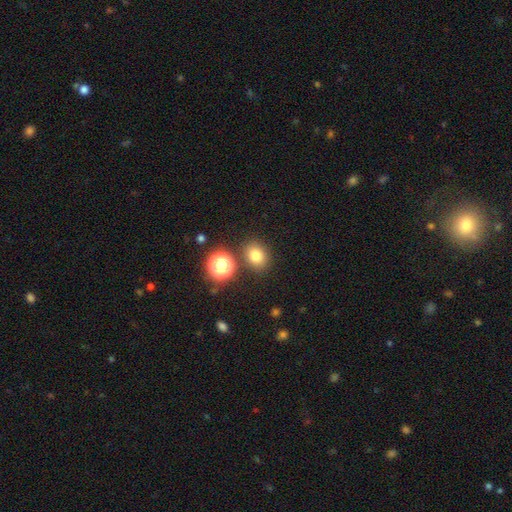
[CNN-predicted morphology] Overall: smooth (77%). How rounded: round (56%; in between 43%). Merging: none (81%).